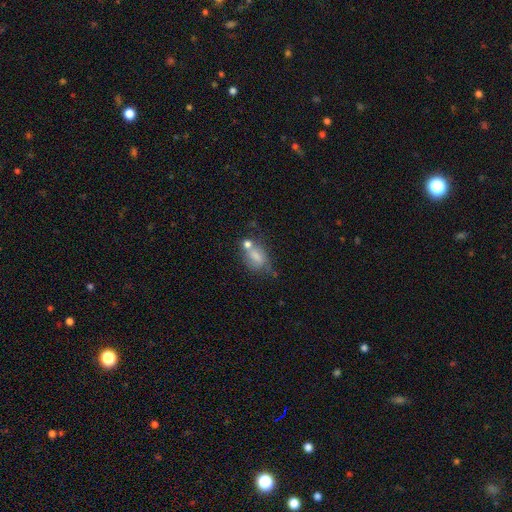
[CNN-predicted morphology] Q: Smooth or featured?
A: smooth (65%); runner-up: featured or disk (23%)
Q: How rounded?
A: in between (75%); runner-up: round (21%)
Q: Merging?
A: none (34%); runner-up: merger (31%)